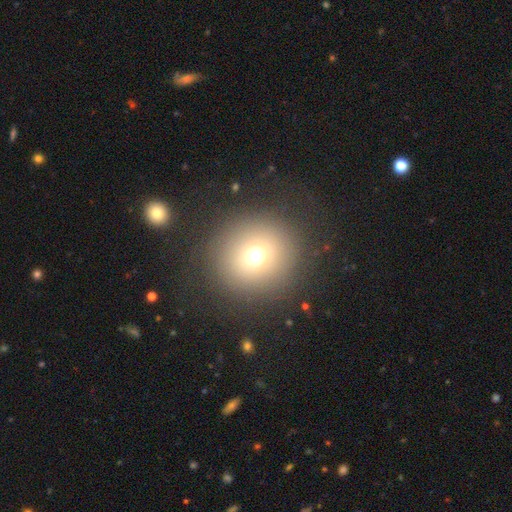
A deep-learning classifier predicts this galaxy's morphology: Q: Smooth or featured?
A: smooth (69%); runner-up: star or artifact (19%)
Q: How rounded?
A: round (93%); runner-up: in between (6%)
Q: Merging?
A: none (86%); runner-up: minor disturbance (7%)